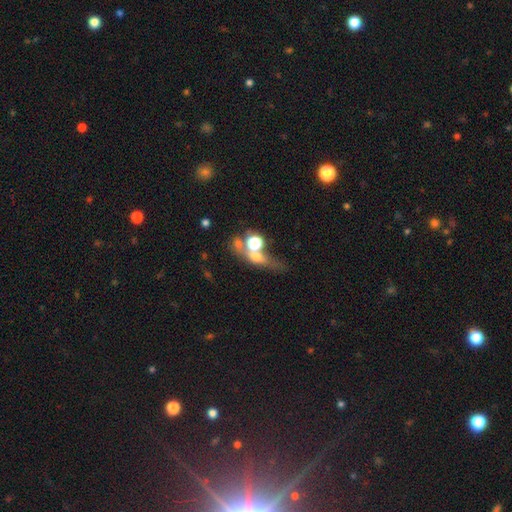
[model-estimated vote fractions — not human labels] This appears to be a smooth galaxy with no disk features (50%) that is round (47%). Merging: none (42%).